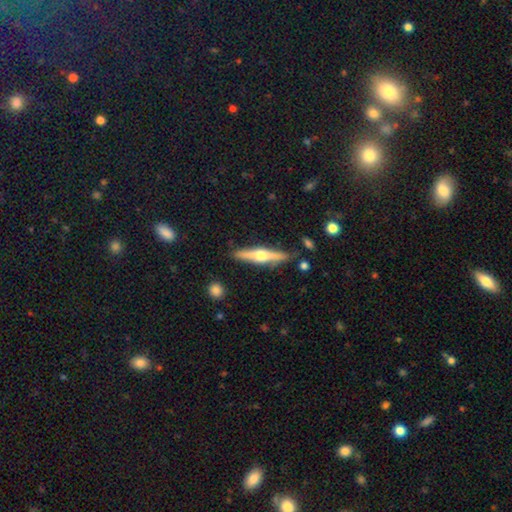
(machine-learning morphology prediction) Overall: featured or disk (68%). Edge-on disk: yes (96%). Edge-on bulge: rounded (93%). Merging: none (88%).